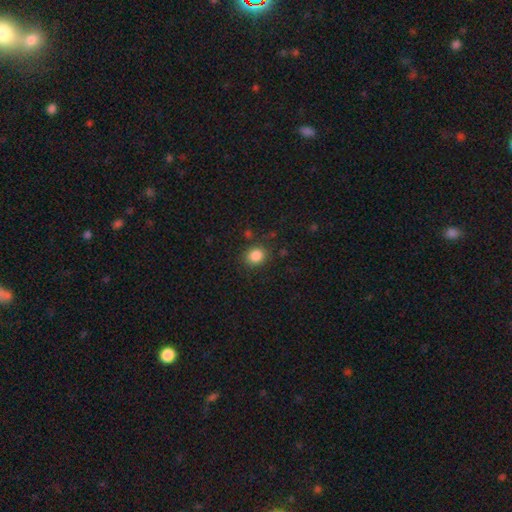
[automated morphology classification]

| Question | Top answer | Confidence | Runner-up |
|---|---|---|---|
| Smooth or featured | smooth | 85% | star or artifact (10%) |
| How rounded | round | 72% | in between (27%) |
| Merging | none | 85% | minor disturbance (9%) |